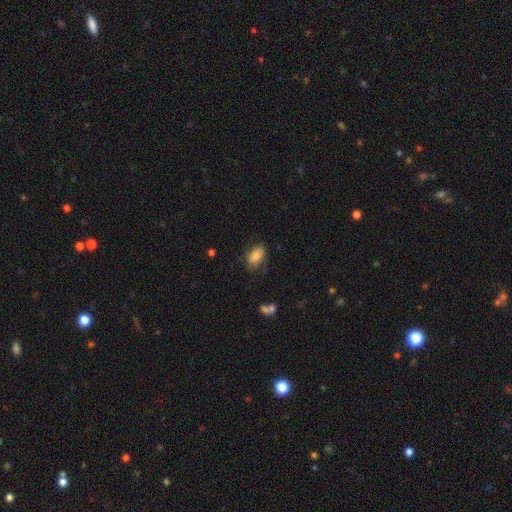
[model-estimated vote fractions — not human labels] This is clearly a smooth galaxy (82%). How rounded: clearly in between (90%). Merging: likely none (75%).